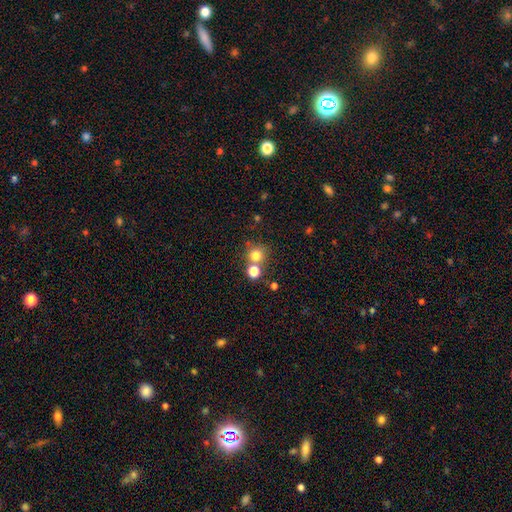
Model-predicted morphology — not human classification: Q: Smooth or featured?
A: smooth (76%); runner-up: star or artifact (15%)
Q: How rounded?
A: round (89%); runner-up: in between (10%)
Q: Merging?
A: none (59%); runner-up: merger (30%)